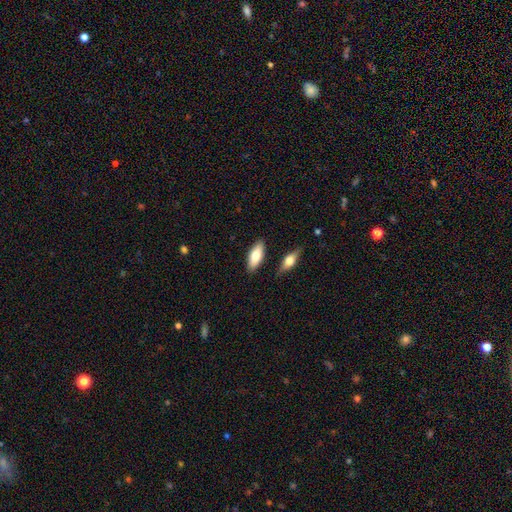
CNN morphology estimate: A smooth galaxy with no disk features (74%) that is in between round and cigar-shaped (77%).

Vote fractions:
- Smooth or featured? smooth: 74% / featured or disk: 21% / star or artifact: 6%
- How rounded? in between: 77% / cigar-shaped: 21% / round: 2%
- Merging? none: 83% / minor disturbance: 10% / merger: 5% / major disturbance: 2%